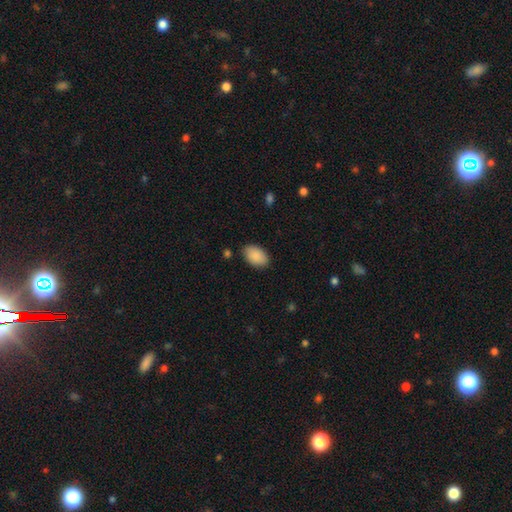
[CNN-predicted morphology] smooth-or-featured: smooth: 90% | star or artifact: 6% | featured or disk: 4%
  how-rounded: in between: 92% | round: 6% | cigar-shaped: 1%
  merging: none: 85% | minor disturbance: 11% | major disturbance: 2% | merger: 1%